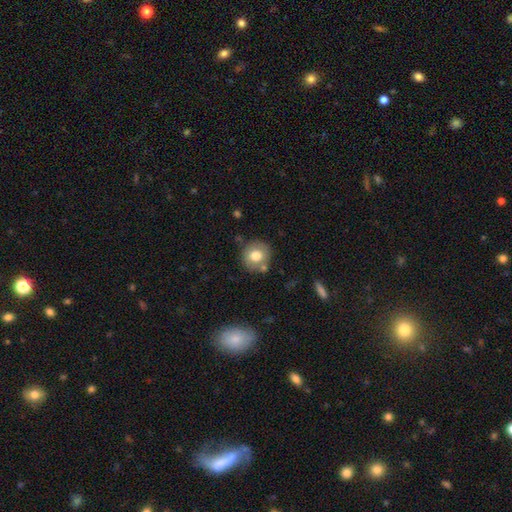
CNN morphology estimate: smooth-or-featured: smooth: 73% | featured or disk: 18% | star or artifact: 9%
  how-rounded: round: 90% | in between: 9% | cigar-shaped: 1%
  merging: none: 77% | minor disturbance: 12% | merger: 8% | major disturbance: 3%